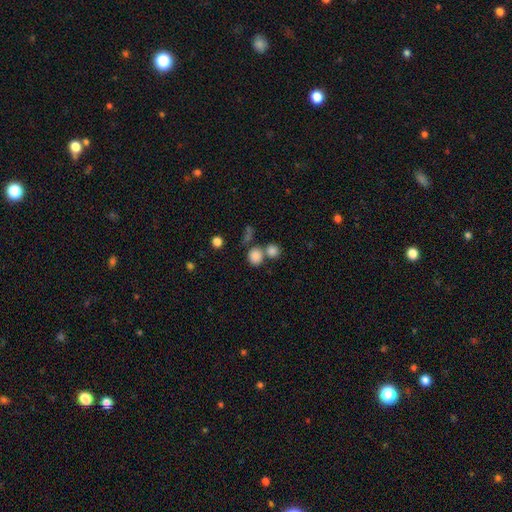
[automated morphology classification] smooth 83%, star or artifact 11%, featured or disk 6%. Down the decision tree: how rounded — round (79%); merging — none (50%).